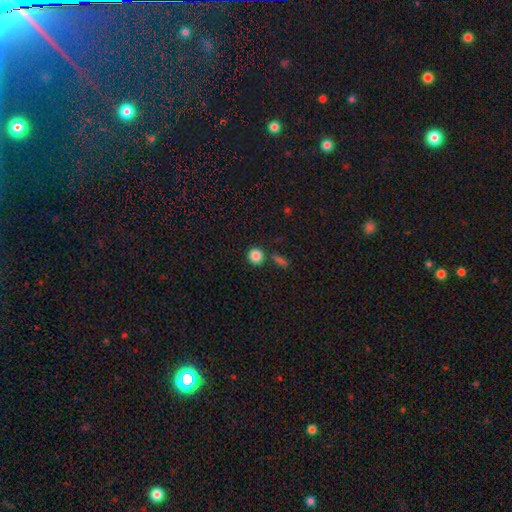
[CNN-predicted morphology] This is clearly a smooth galaxy (86%). How rounded: clearly round (92%). Merging: likely none (80%).